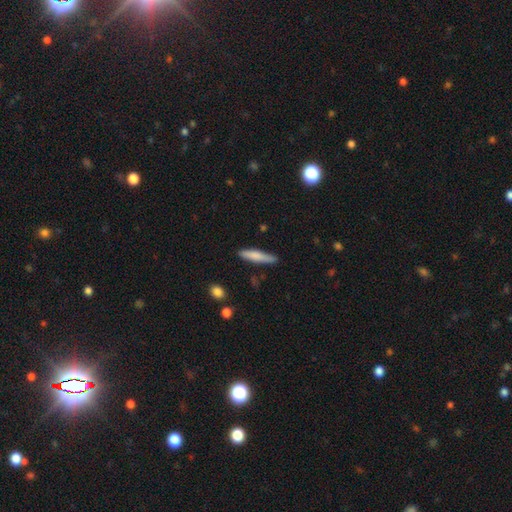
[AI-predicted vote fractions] smooth 74%, featured or disk 20%, star or artifact 6%. Down the decision tree: how rounded — cigar-shaped (87%); merging — none (81%).